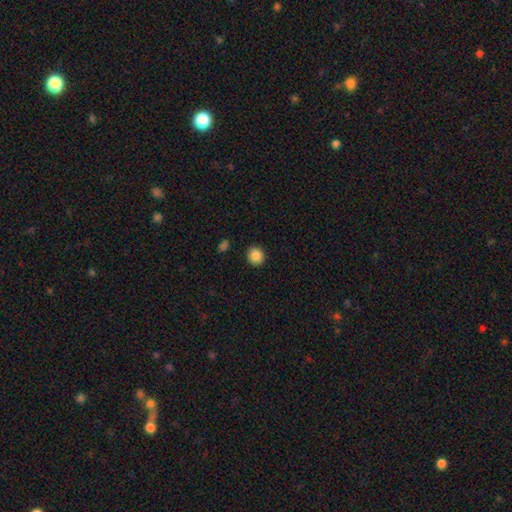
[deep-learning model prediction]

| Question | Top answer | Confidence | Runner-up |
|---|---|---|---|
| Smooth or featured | smooth | 87% | star or artifact (10%) |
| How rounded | round | 86% | in between (13%) |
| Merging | none | 91% | minor disturbance (6%) |